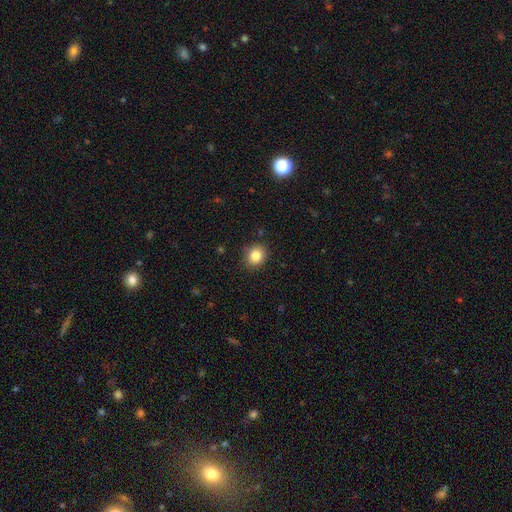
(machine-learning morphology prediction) This is clearly a smooth galaxy (84%). How rounded: likely round (79%). Merging: clearly none (89%).